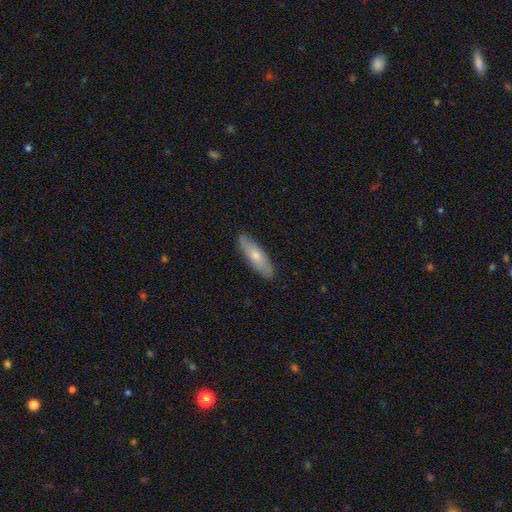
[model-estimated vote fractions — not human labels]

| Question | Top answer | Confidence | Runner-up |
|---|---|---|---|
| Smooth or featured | smooth | 66% | featured or disk (28%) |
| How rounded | cigar-shaped | 57% | in between (41%) |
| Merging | none | 87% | minor disturbance (10%) |